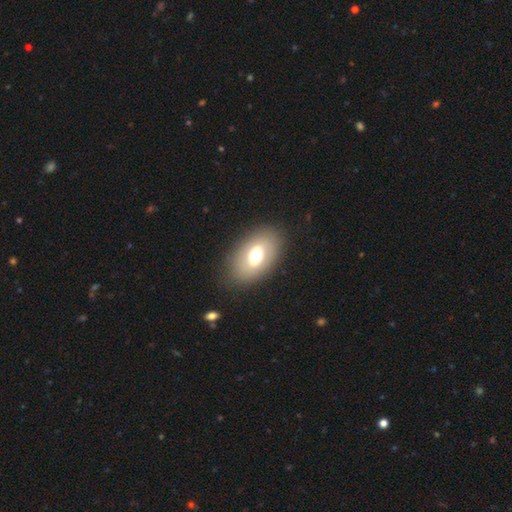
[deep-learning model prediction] Smooth or featured? Predicted: smooth (p=0.63). How rounded? Predicted: in between (p=0.88). Merging? Predicted: none (p=0.85).